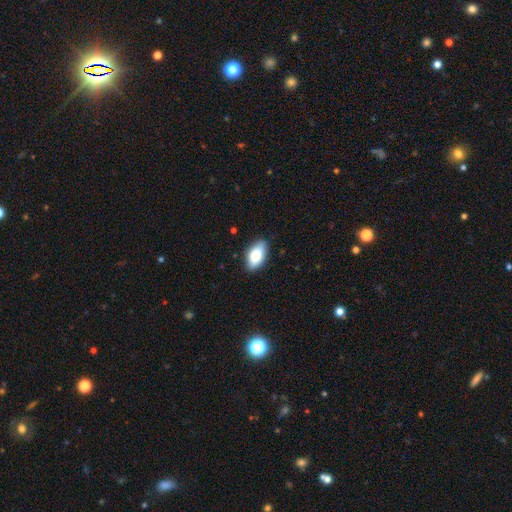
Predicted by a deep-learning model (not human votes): smooth 78%, featured or disk 15%, star or artifact 7%. Down the decision tree: how rounded — in between (91%); merging — none (86%).